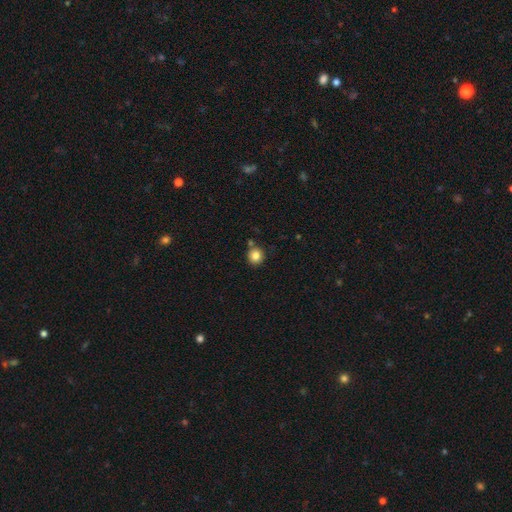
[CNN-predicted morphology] Overall: smooth (83%). How rounded: round (91%). Merging: none (80%).